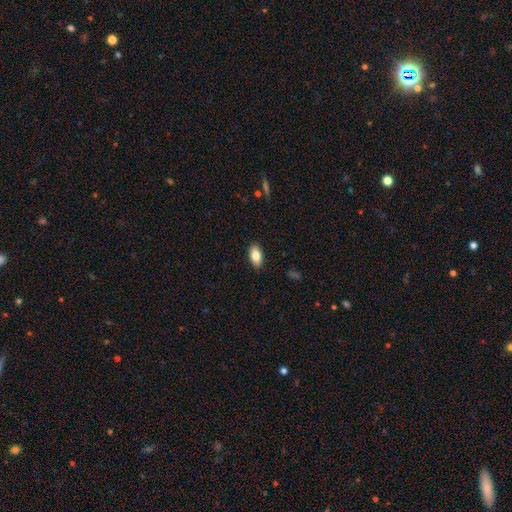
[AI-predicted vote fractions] Smooth or featured? smooth (83%)
How rounded? in between (92%)
Merging? none (89%)